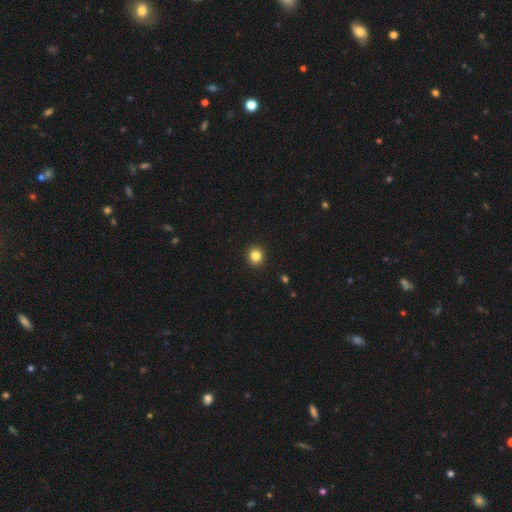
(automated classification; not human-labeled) A smooth galaxy with no disk features (84%) that is round (91%). Merging: none (93%).